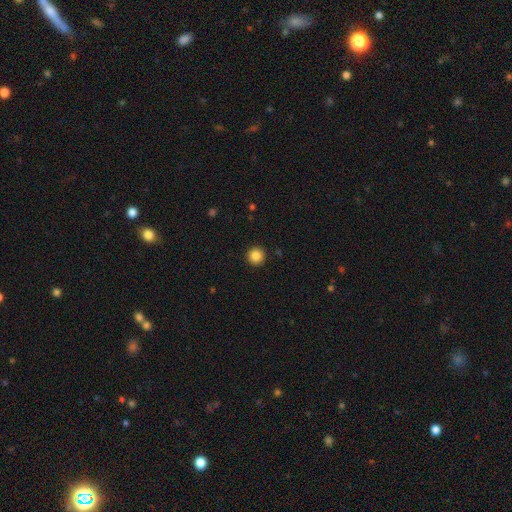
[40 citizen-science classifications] Smooth or featured? smooth (92%)
How rounded? round (97%)
Merging? none (92%)